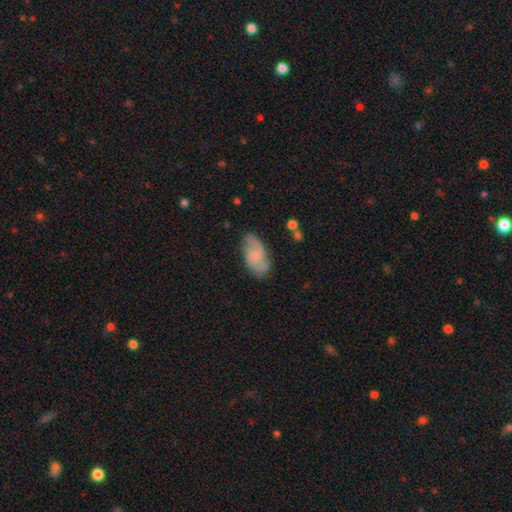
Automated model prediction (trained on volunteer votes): smooth-or-featured: featured or disk: 48% | smooth: 45% | star or artifact: 8%
  merging: none: 66% | minor disturbance: 24% | major disturbance: 8% | merger: 3%